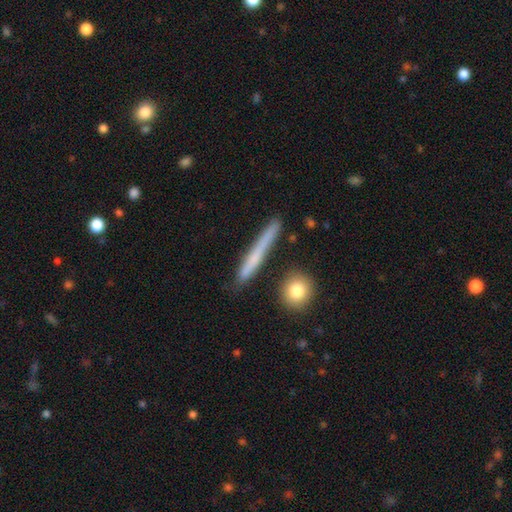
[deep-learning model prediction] smooth_or_featured: smooth (p=0.57) [alt: featured or disk p=0.37]
how_rounded: cigar-shaped (p=0.95) [alt: in between p=0.03]
merging: none (p=0.84) [alt: minor disturbance p=0.12]